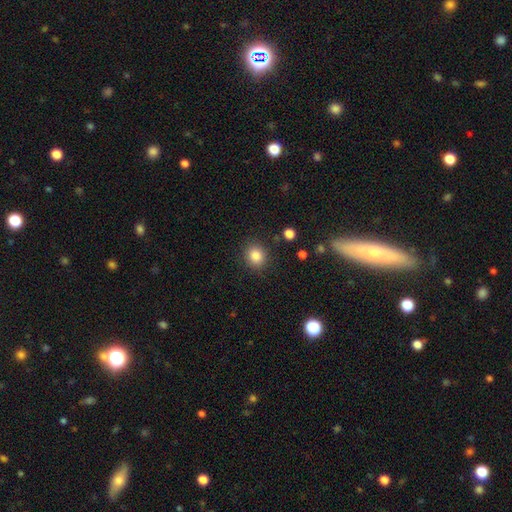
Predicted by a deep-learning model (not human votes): This appears to be a smooth galaxy with no disk features (84%) that is round (78%). Merging: none (88%).